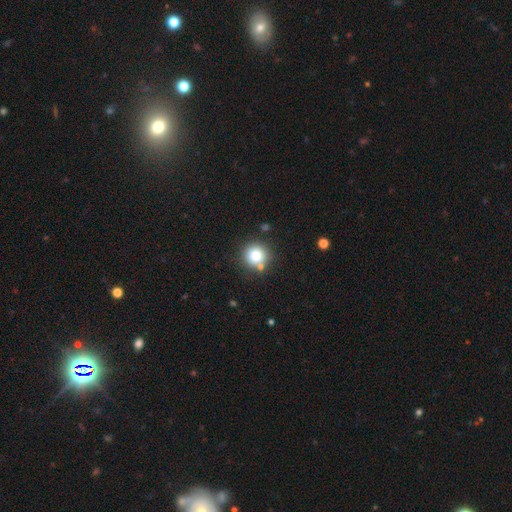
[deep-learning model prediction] smooth_or_featured: smooth (p=0.79) [alt: star or artifact p=0.12]
how_rounded: round (p=0.93) [alt: in between p=0.06]
merging: none (p=0.76) [alt: minor disturbance p=0.11]